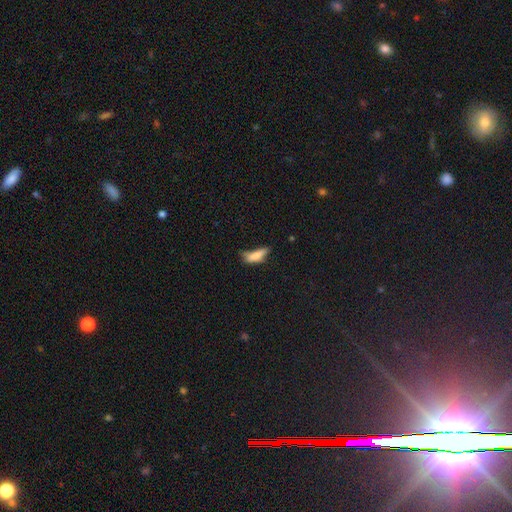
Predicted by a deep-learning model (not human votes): Morphology: type=smooth (74%); roundness=in between (54%); merging=minor disturbance (35%).